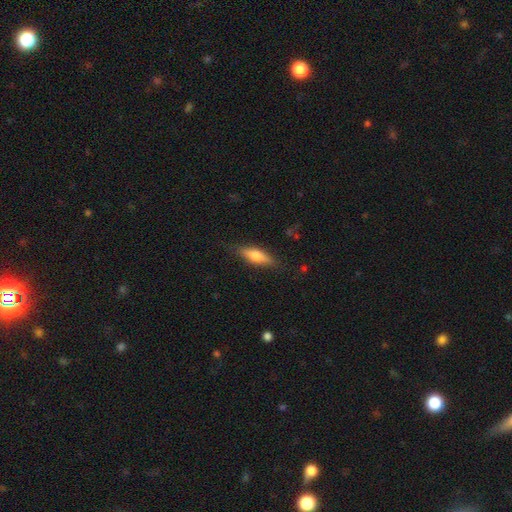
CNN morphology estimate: The model was most divided on "how rounded": cigar-shaped: 54%, in between: 44%, round: 3%. More confident: merging — none (82%); smooth or featured — smooth (59%).